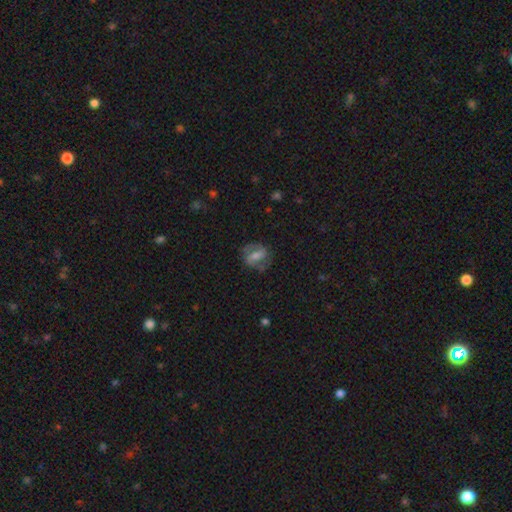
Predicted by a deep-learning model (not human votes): Smooth or featured?
  - featured or disk: 56% *
  - smooth: 36%
  - star or artifact: 9%
Edge-on disk?
  - no: 94% *
  - yes: 6%
Bar?
  - strong: 39% *
  - weak: 37%
  - no: 24%
Spiral arms?
  - yes: 70% *
  - no: 30%
Bulge size?
  - moderate: 50% *
  - small: 32%
  - large: 10%
  - none: 6%
  - dominant: 2%
Merging?
  - none: 69% *
  - minor disturbance: 19%
  - major disturbance: 10%
  - merger: 2%